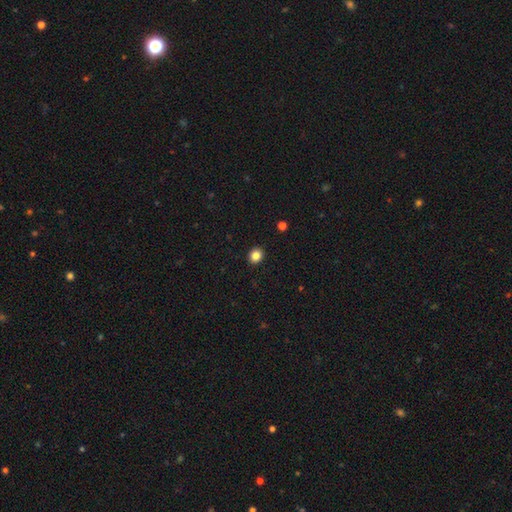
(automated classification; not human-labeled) Morphology: type=smooth (84%); roundness=round (70%); merging=none (92%).